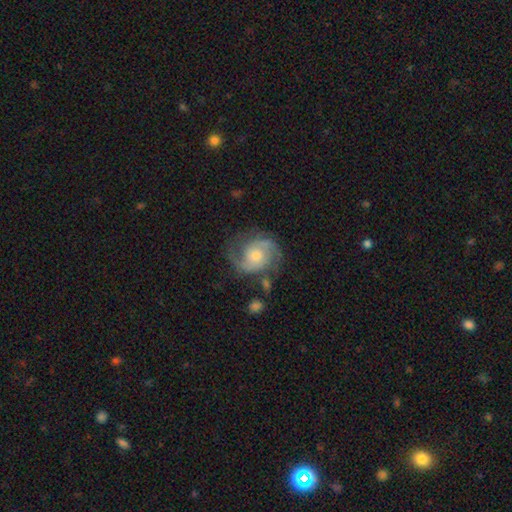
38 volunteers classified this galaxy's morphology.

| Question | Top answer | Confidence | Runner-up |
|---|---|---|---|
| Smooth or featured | featured or disk | 92% | smooth (8%) |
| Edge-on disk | no | 94% | yes (6%) |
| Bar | no | 76% | weak (18%) |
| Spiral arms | yes | 100% | — |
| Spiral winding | tight | 45% | medium (39%) |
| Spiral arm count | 2 | 70% | can't tell (15%) |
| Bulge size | moderate | 67% | small (18%) |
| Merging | none | 61% | minor disturbance (24%) |